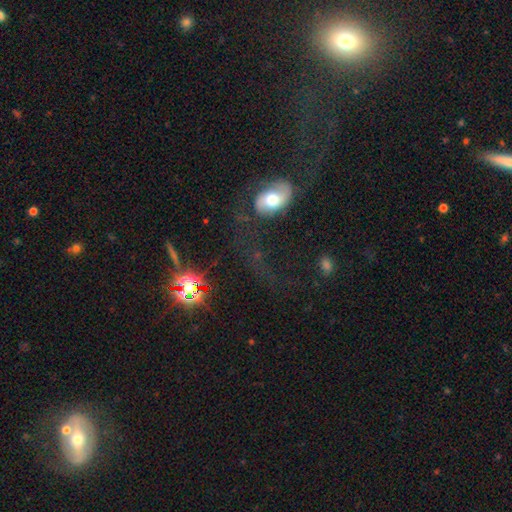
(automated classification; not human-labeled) A featured or disk galaxy (57%) with no bar (61%), spiral arms (74%) and a moderate central bulge (55%). Merging: major disturbance (41%).